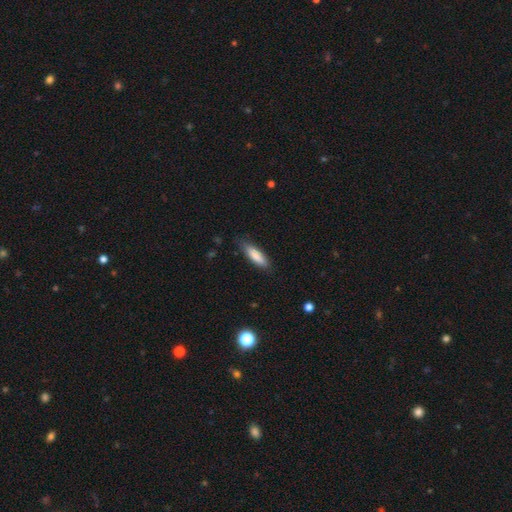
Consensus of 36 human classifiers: Morphology: type=smooth (75%); roundness=cigar-shaped (52%); merging=none (82%).